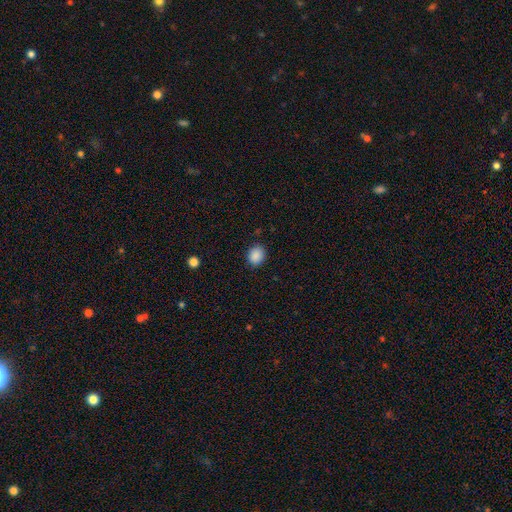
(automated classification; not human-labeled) This appears to be a smooth galaxy with no disk features (88%) that is round (63%). Merging: none (86%).